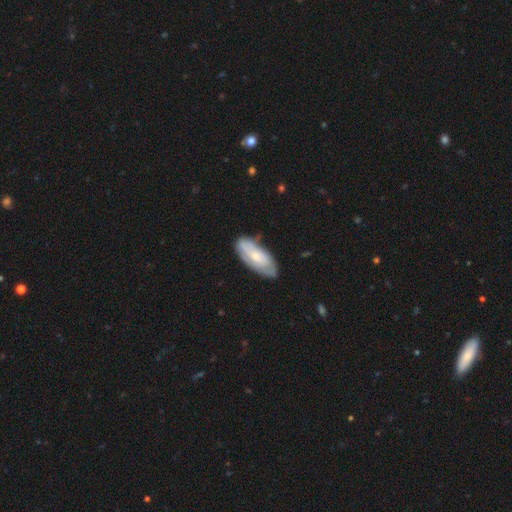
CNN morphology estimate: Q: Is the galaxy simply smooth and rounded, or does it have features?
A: featured or disk — 47%, tied with smooth.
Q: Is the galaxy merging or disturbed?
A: none — 69%.